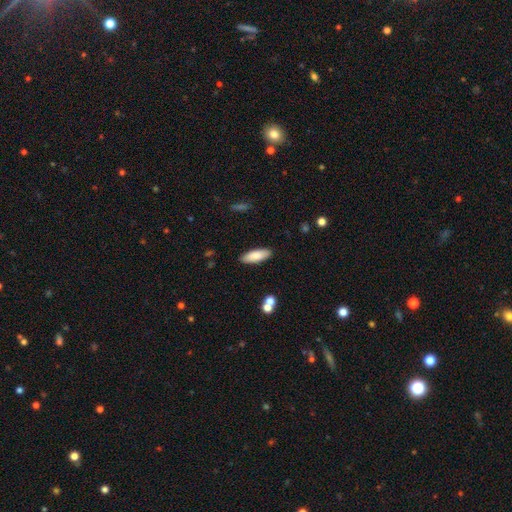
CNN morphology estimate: Smooth or featured: smooth — 84% (featured or disk — 10%)
How rounded: in between — 62% (cigar-shaped — 36%)
Merging: none — 89% (minor disturbance — 8%)